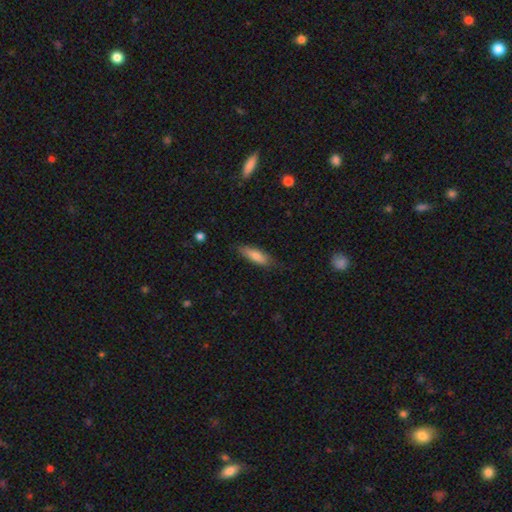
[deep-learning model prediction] This appears to be a smooth galaxy with no disk features (74%) that is cigar-shaped (53%). Merging: none (78%).